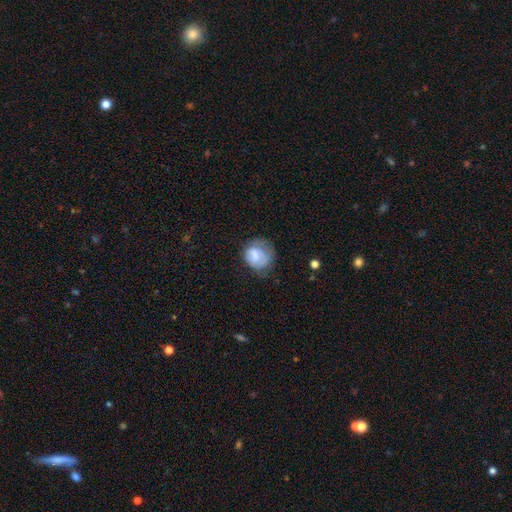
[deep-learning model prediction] The model was most divided on "merging": none: 46%, minor disturbance: 32%, major disturbance: 21%, merger: 2%. More confident: how rounded — round (73%); smooth or featured — smooth (68%).